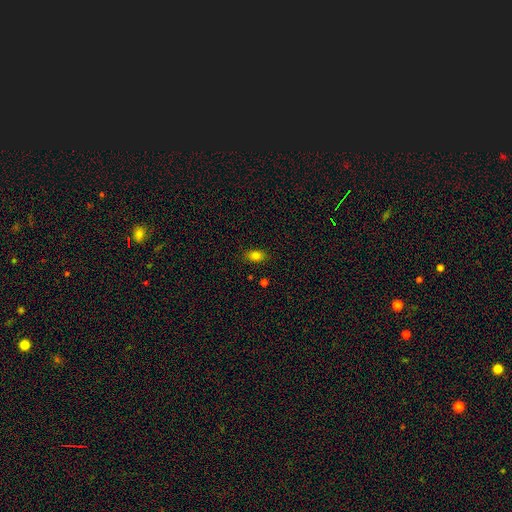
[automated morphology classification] smooth-or-featured: smooth: 79% | star or artifact: 12% | featured or disk: 9%
  how-rounded: in between: 83% | round: 15% | cigar-shaped: 2%
  merging: none: 86% | minor disturbance: 11% | major disturbance: 2% | merger: 1%